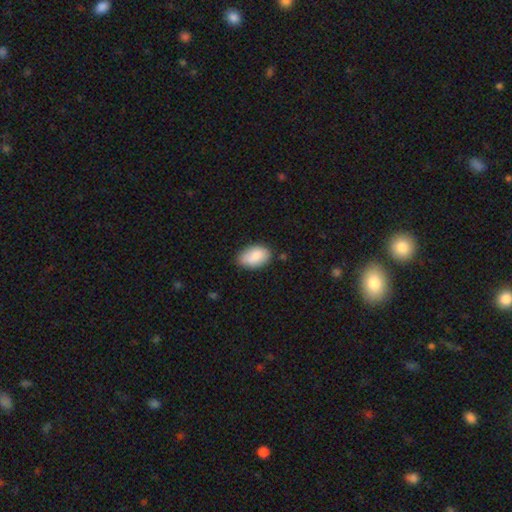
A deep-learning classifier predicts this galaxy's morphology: Q: Smooth or featured?
A: smooth (87%); runner-up: featured or disk (7%)
Q: How rounded?
A: in between (92%); runner-up: round (7%)
Q: Merging?
A: none (76%); runner-up: minor disturbance (19%)